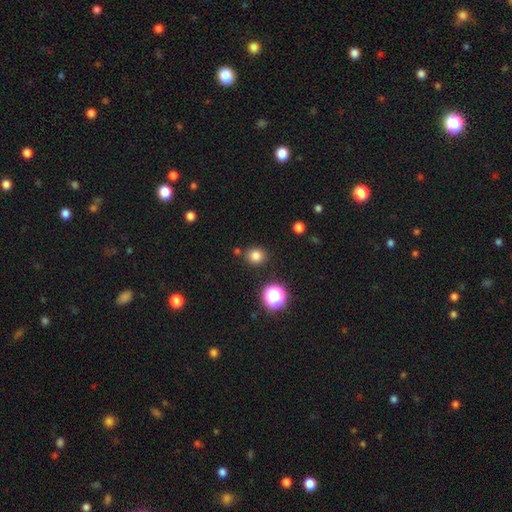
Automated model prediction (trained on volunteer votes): A smooth galaxy with no disk features (80%) that is round (84%).

Vote fractions:
- Smooth or featured? smooth: 80% / star or artifact: 15% / featured or disk: 5%
- How rounded? round: 84% / in between: 15% / cigar-shaped: 1%
- Merging? none: 85% / minor disturbance: 8% / merger: 4% / major disturbance: 3%